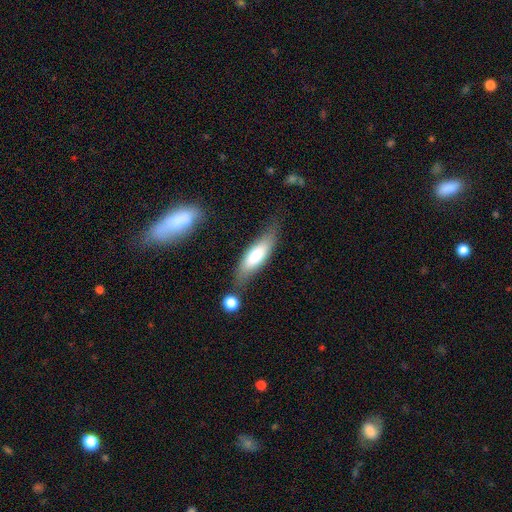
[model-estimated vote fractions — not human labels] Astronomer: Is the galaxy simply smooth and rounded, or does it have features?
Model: smooth — 72%.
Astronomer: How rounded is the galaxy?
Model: in between — 50% (runner-up: cigar-shaped, 48%).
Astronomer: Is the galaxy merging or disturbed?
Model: none — 67%.